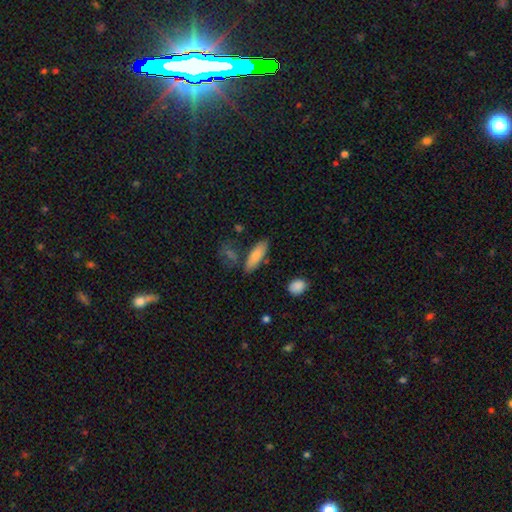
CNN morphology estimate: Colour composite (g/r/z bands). It shows a smooth galaxy with no disk features (82%) that is in between round and cigar-shaped (65%). Merging: none (74%).